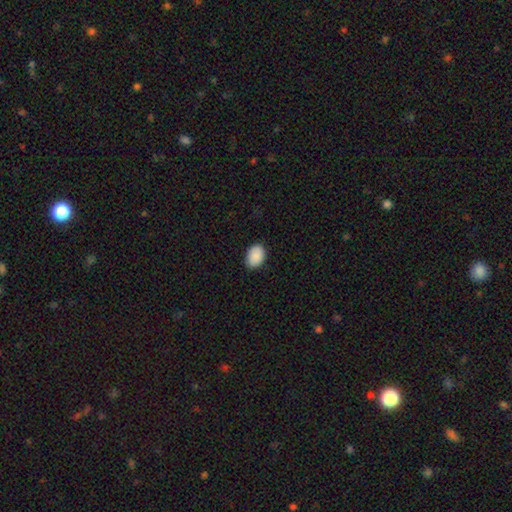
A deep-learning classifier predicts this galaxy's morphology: This is clearly a smooth galaxy (90%). How rounded: likely in between (79%). Merging: clearly none (85%).